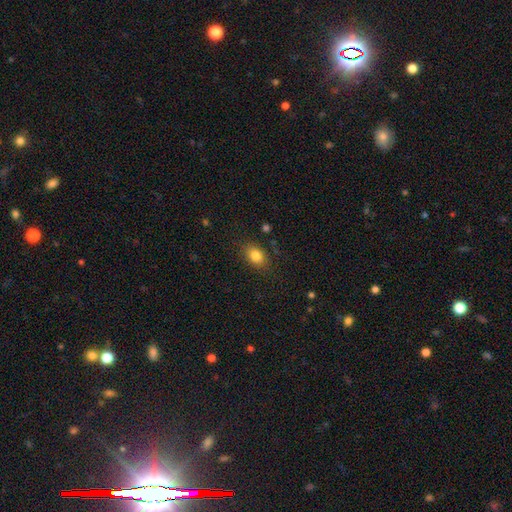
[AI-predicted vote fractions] smooth 83%, star or artifact 10%, featured or disk 7%. Down the decision tree: how rounded — in between (74%); merging — none (83%).